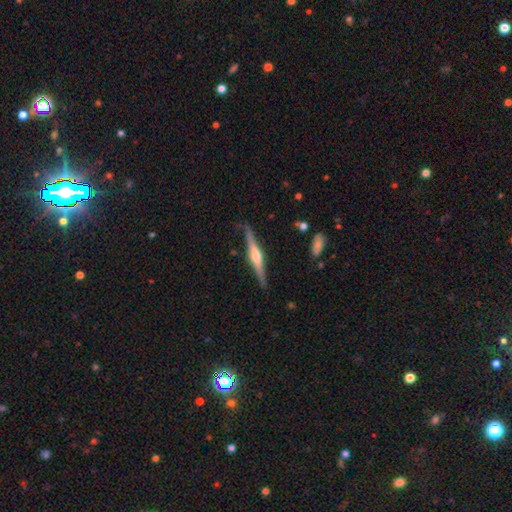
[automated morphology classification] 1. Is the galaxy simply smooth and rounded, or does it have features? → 75% featured or disk, 20% smooth, 5% star or artifact.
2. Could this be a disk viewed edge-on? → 98% yes, 2% no.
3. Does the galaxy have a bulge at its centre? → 86% rounded, 10% boxy, 5% none.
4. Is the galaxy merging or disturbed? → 84% none, 12% minor disturbance, 2% major disturbance, 2% merger.